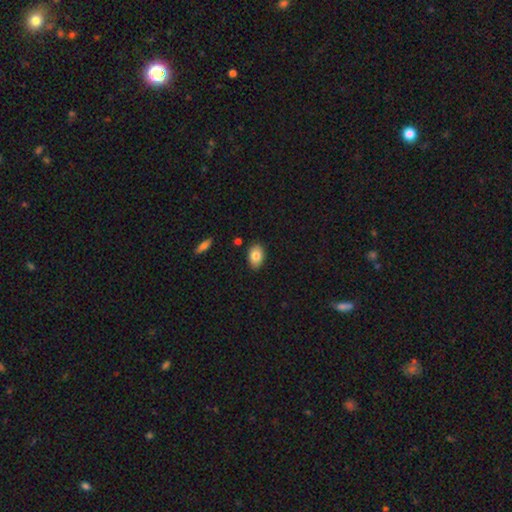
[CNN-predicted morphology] A smooth galaxy with no disk features (83%) that is in between round and cigar-shaped (87%). Merging: none (85%).